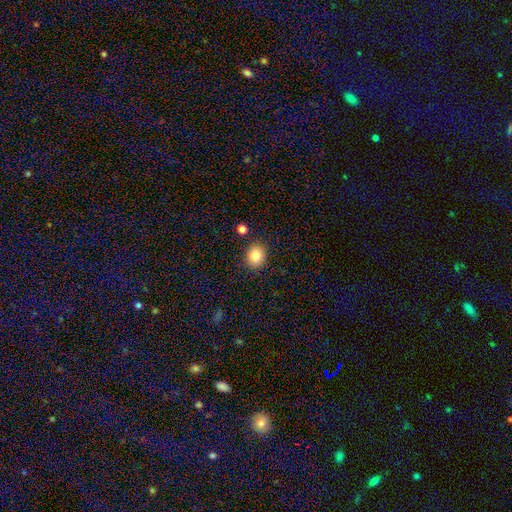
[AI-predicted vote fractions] Overall: smooth (84%). How rounded: round (65%; in between 34%). Merging: none (87%).